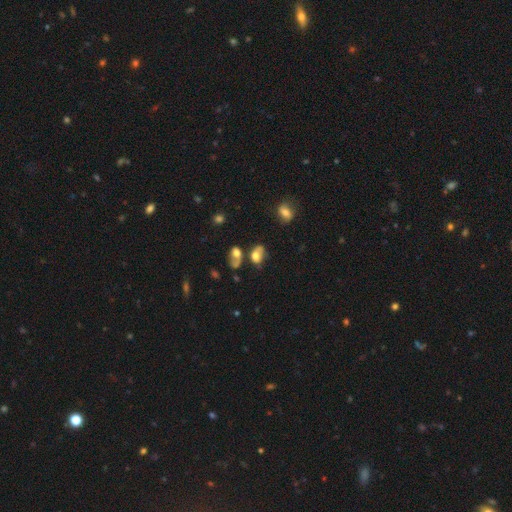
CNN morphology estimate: smooth_or_featured: smooth (p=0.60) [alt: featured or disk p=0.29]
how_rounded: in between (p=0.72) [alt: round p=0.26]
merging: none (p=0.35) [alt: merger p=0.26]